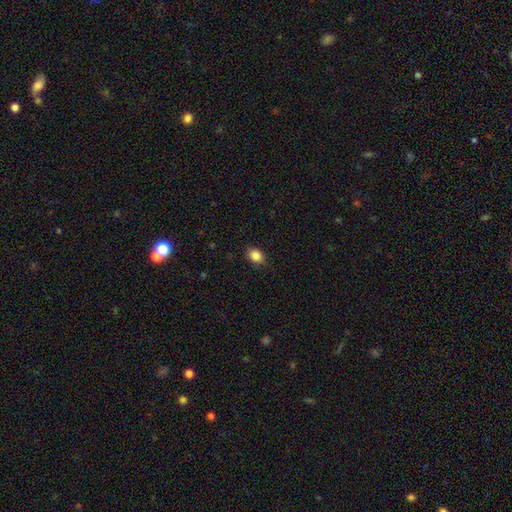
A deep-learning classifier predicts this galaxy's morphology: Smooth or featured? Predicted: smooth (p=0.86). How rounded? Predicted: in between (p=0.60). Merging? Predicted: none (p=0.85).